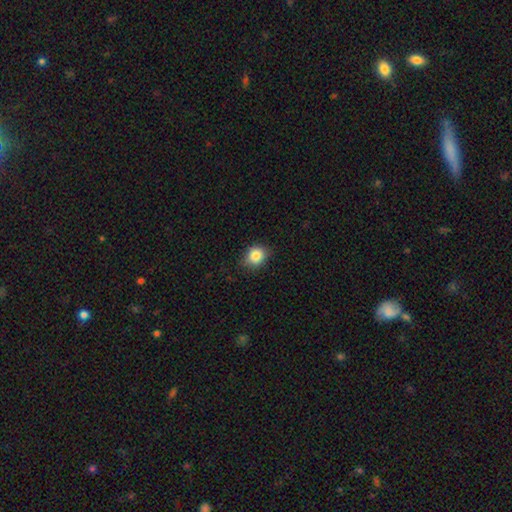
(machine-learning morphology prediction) Overall: smooth (85%). How rounded: round (65%; in between 34%). Merging: none (82%).